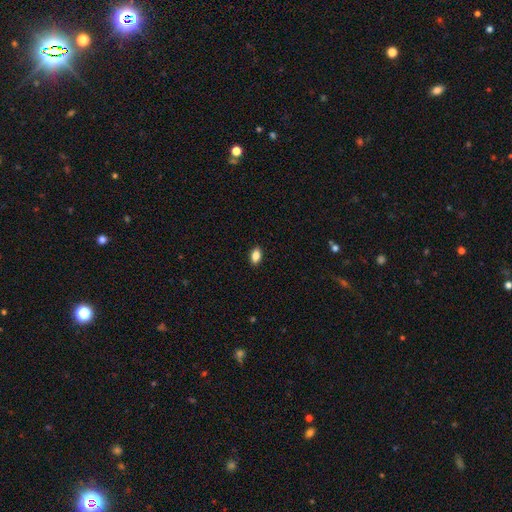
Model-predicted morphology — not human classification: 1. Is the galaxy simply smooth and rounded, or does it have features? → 86% smooth, 8% star or artifact, 6% featured or disk.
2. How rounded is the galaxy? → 89% in between, 8% round, 3% cigar-shaped.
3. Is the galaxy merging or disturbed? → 90% none, 7% minor disturbance, 2% major disturbance, 1% merger.